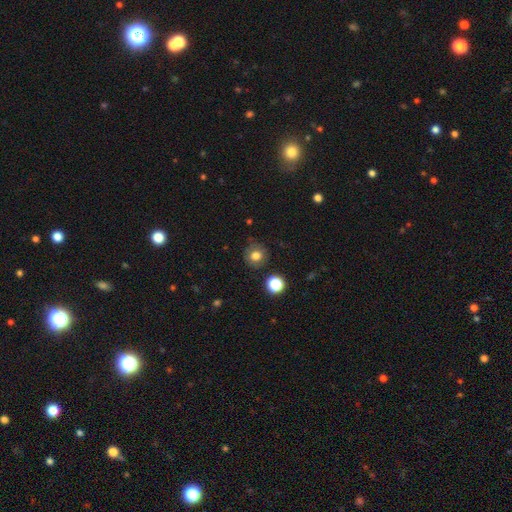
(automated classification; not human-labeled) The model was most divided on "smooth or featured": smooth: 76%, star or artifact: 13%, featured or disk: 11%. More confident: how rounded — round (86%); merging — none (79%).